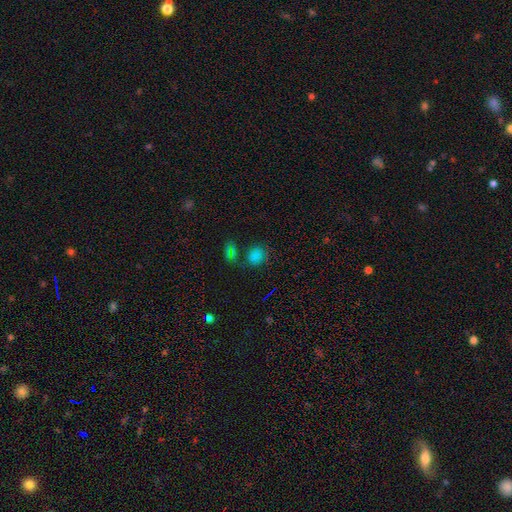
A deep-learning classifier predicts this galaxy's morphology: smooth_or_featured: smooth (p=0.69) [alt: star or artifact p=0.26]
how_rounded: round (p=0.61) [alt: in between p=0.36]
merging: none (p=0.70) [alt: minor disturbance p=0.13]